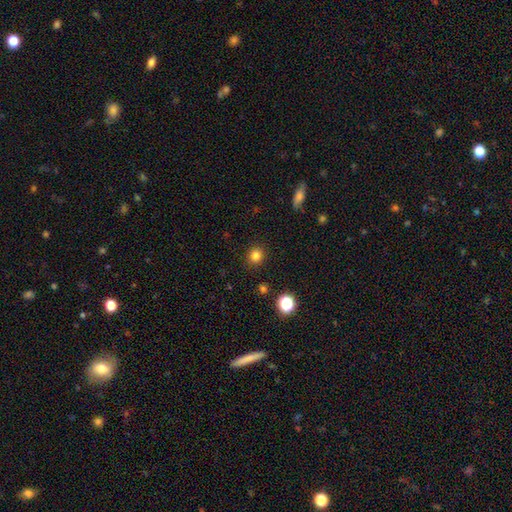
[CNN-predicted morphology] Smooth or featured?
  - smooth: 82% *
  - star or artifact: 14%
  - featured or disk: 4%
How rounded?
  - round: 89% *
  - in between: 10%
  - cigar-shaped: 1%
Merging?
  - none: 90% *
  - minor disturbance: 6%
  - major disturbance: 2%
  - merger: 1%